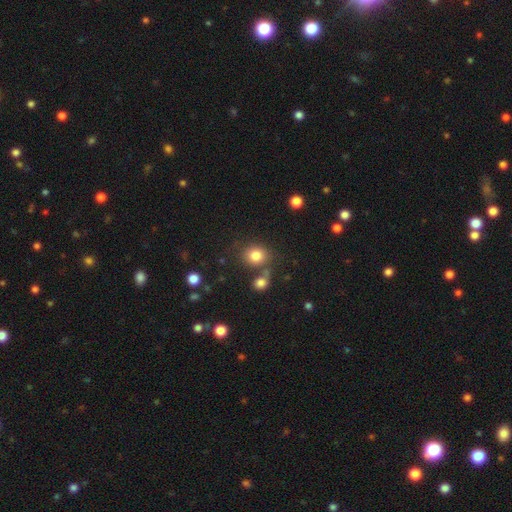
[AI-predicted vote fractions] The model was most divided on "how rounded": round: 74%, in between: 25%, cigar-shaped: 1%. More confident: smooth or featured — smooth (81%); merging — none (68%).